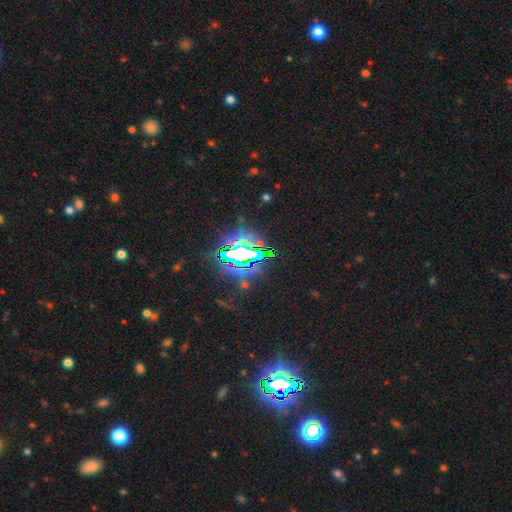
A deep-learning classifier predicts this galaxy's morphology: This appears to be a star or artifact, not a galaxy (81%).